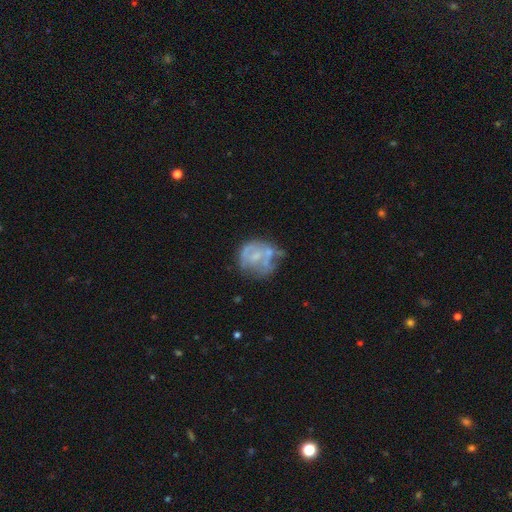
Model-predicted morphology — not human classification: This is possibly a featured or disk galaxy (59%). It is clearly not viewed edge-on (98%). Bar: likely no (74%). Spiral arm pattern: likely no (72%). Central bulge: marginally small (36%). Merging: marginally none (38%).